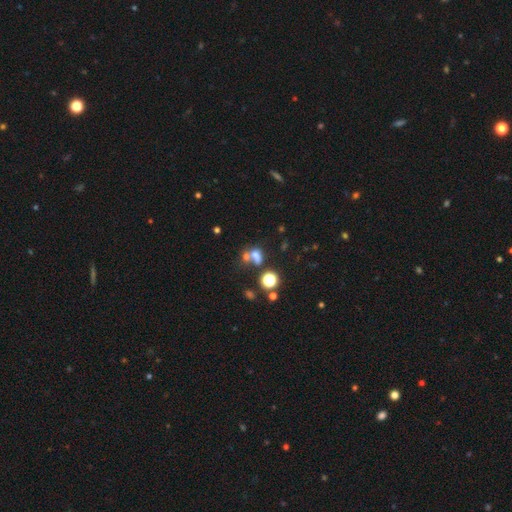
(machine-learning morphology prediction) Smooth or featured? Predicted: smooth (p=0.61). How rounded? Predicted: in between (p=0.51). Merging? Predicted: merger (p=0.51).